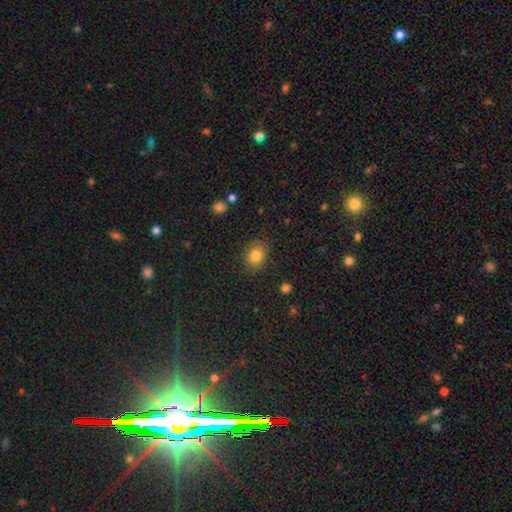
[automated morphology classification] Smooth or featured? Predicted: smooth (p=0.82). How rounded? Predicted: round (p=0.53). Merging? Predicted: none (p=0.84).